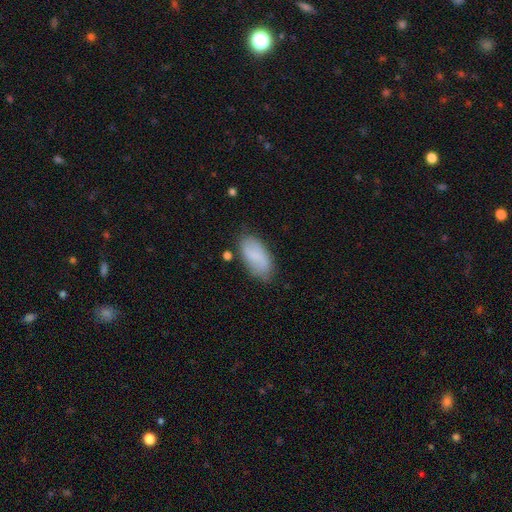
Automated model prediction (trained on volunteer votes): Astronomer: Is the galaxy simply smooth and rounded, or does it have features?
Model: smooth — 75%.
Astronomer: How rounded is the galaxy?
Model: in between — 93%.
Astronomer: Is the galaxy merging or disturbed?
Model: none — 73%.